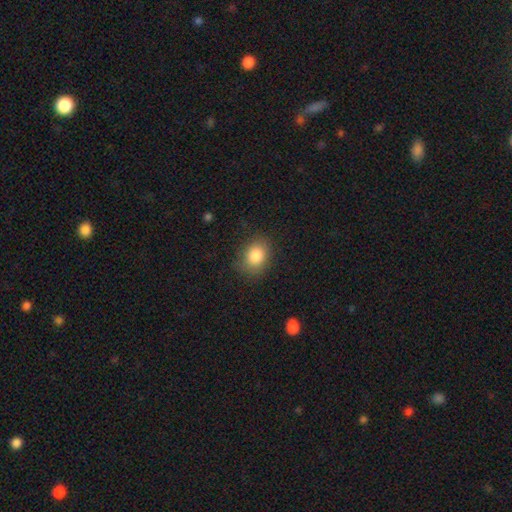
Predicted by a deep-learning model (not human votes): This appears to be a smooth galaxy with no disk features (84%) that is in between round and cigar-shaped (54%). Merging: none (79%).